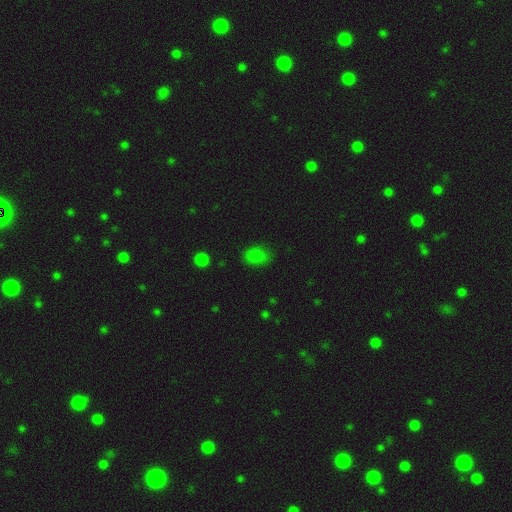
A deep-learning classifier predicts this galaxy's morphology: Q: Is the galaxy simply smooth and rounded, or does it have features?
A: smooth — 79%.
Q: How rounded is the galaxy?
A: in between — 72%.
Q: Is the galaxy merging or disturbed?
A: none — 76%.